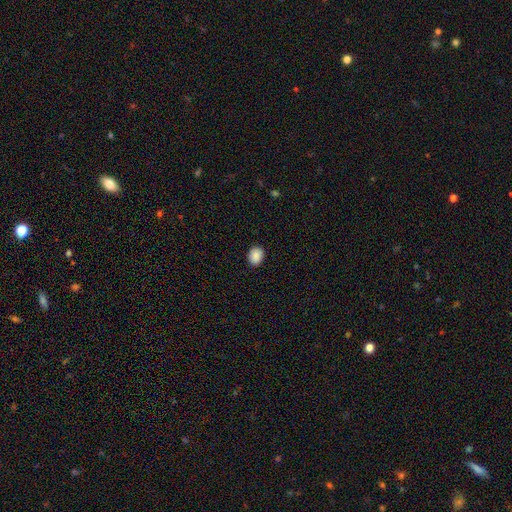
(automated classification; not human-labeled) Q: Smooth or featured?
A: smooth (89%); runner-up: star or artifact (8%)
Q: How rounded?
A: in between (53%); runner-up: round (47%)
Q: Merging?
A: none (89%); runner-up: minor disturbance (8%)